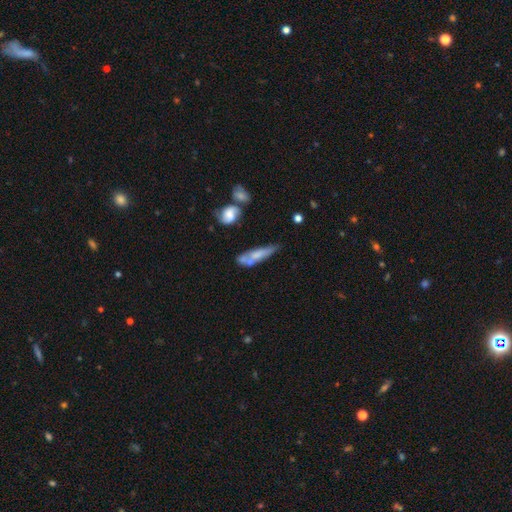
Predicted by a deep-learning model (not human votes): This is possibly a smooth galaxy (53%). How rounded: likely cigar-shaped (65%). Merging: marginally none (37%).